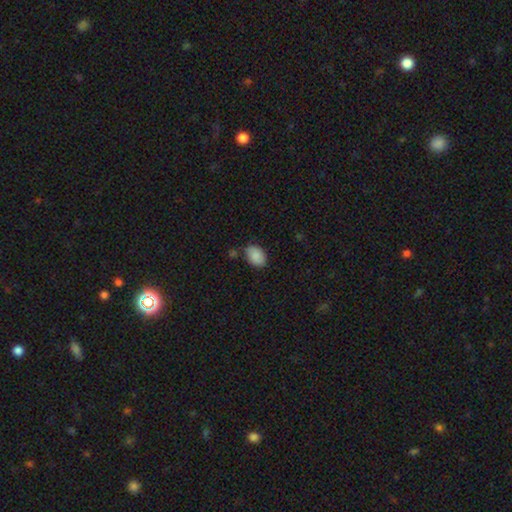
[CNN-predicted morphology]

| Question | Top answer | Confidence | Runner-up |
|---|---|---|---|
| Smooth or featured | smooth | 89% | star or artifact (7%) |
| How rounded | in between | 85% | round (14%) |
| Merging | none | 73% | minor disturbance (18%) |